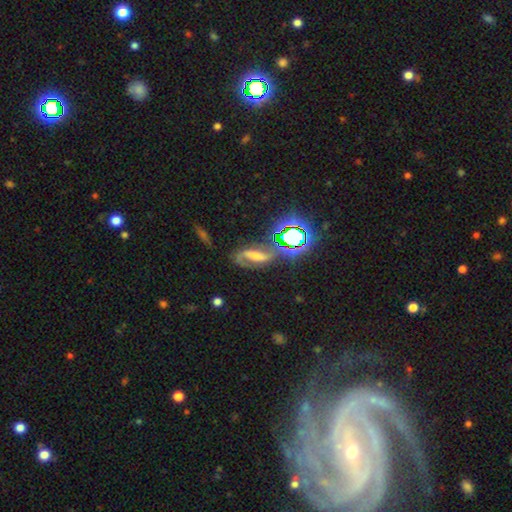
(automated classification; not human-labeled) Morphology: type=featured or disk (61%); edge-on=no (92%); bar=strong (48%); spiral arms=yes (90%); winding=loose (47%); arm count=2 (84%); bulge=moderate (38%); merging=none (60%).